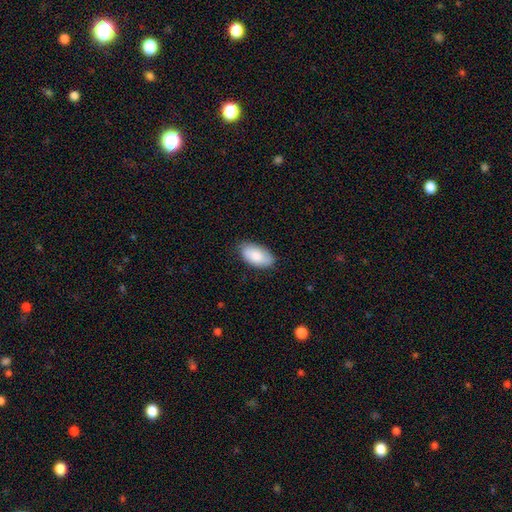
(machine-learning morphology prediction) Smooth or featured: smooth — 84% (featured or disk — 10%)
How rounded: in between — 95% (round — 3%)
Merging: none — 80% (minor disturbance — 17%)